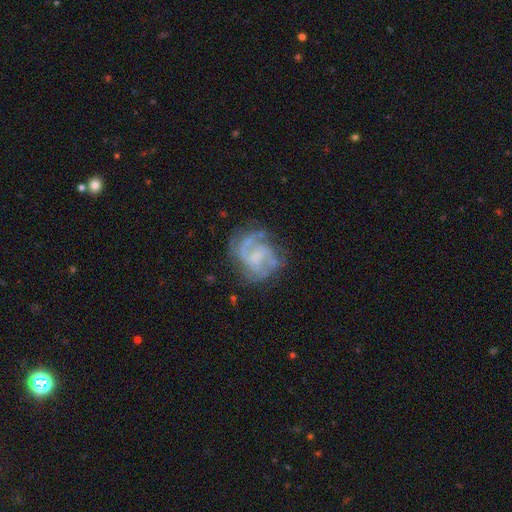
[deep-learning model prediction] Morphology: type=featured or disk (78%); edge-on=no (98%); bar=no (46%); spiral arms=yes (87%); winding=medium (47%); arm count=2 (50%); bulge=none (48%); merging=none (59%).